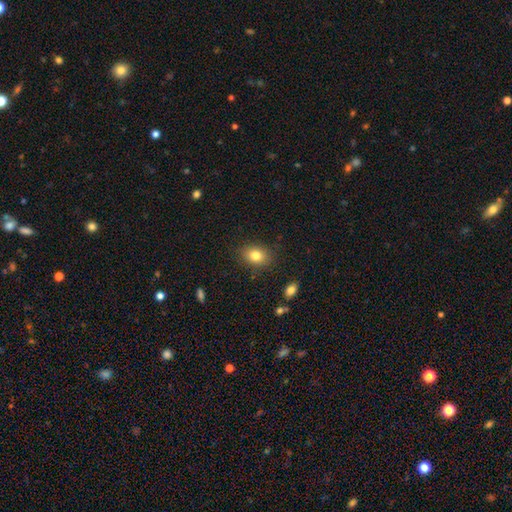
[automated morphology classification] The model was most divided on "how rounded": in between: 68%, round: 31%, cigar-shaped: 1%. More confident: merging — none (85%); smooth or featured — smooth (82%).